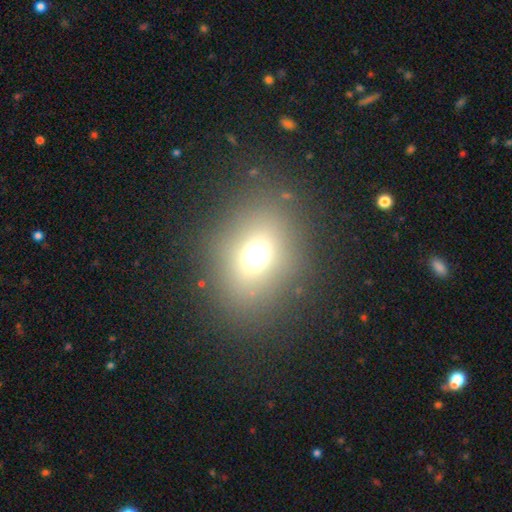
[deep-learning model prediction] Q: Smooth or featured?
A: smooth (65%); runner-up: star or artifact (24%)
Q: How rounded?
A: round (56%); runner-up: in between (42%)
Q: Merging?
A: none (83%); runner-up: minor disturbance (9%)